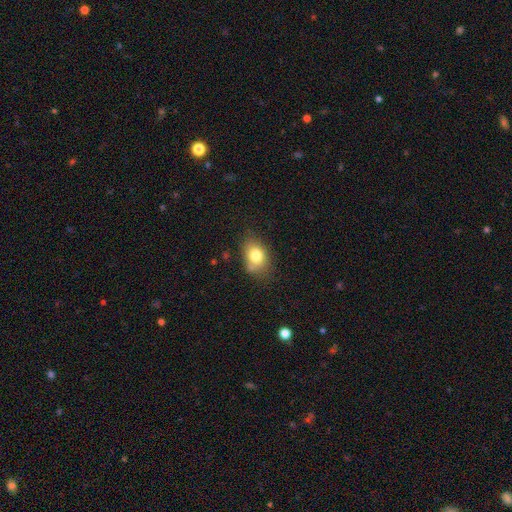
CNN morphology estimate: smooth_or_featured: smooth (p=0.79) [alt: featured or disk p=0.11]
how_rounded: in between (p=0.73) [alt: round p=0.26]
merging: none (p=0.64) [alt: minor disturbance p=0.24]